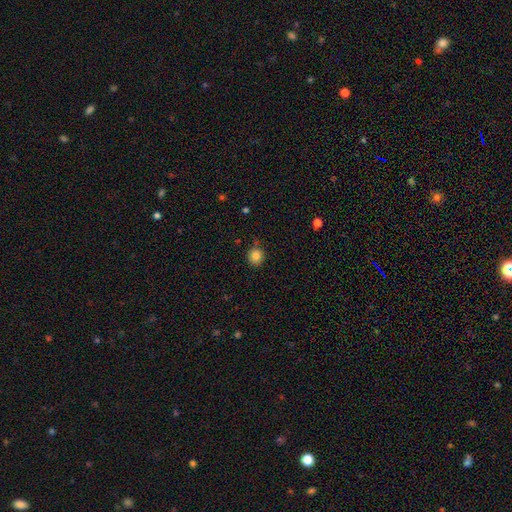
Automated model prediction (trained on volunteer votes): smooth 84%, star or artifact 11%, featured or disk 5%. Down the decision tree: how rounded — round (90%); merging — none (79%).